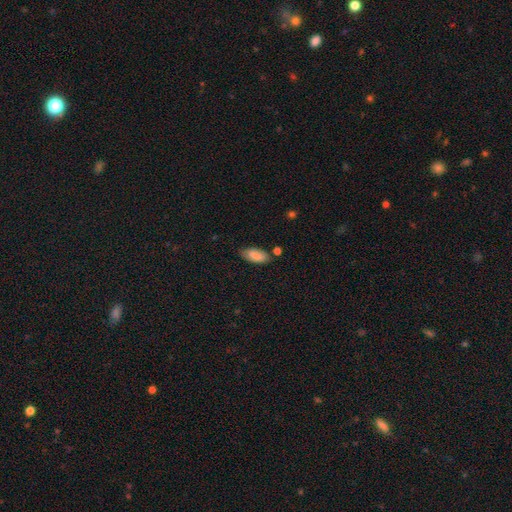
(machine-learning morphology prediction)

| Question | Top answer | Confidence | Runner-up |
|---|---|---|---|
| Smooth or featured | smooth | 83% | featured or disk (11%) |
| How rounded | in between | 89% | cigar-shaped (9%) |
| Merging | none | 78% | minor disturbance (15%) |